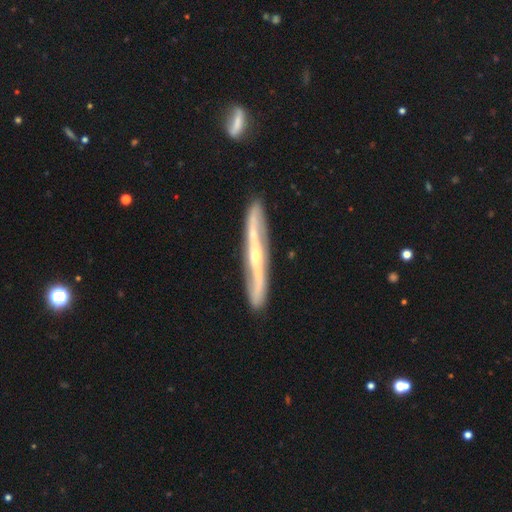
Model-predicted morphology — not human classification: smooth-or-featured: featured or disk: 83% | smooth: 12% | star or artifact: 5%
  disk-edge-on: yes: 68% | no: 32%
    edge-on-bulge: rounded: 73% | none: 23% | boxy: 4%
  merging: none: 83% | minor disturbance: 12% | major disturbance: 3% | merger: 2%